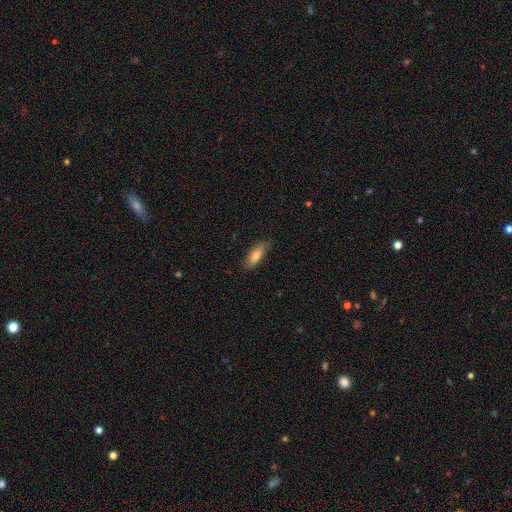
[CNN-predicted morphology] Smooth or featured?
  - smooth: 78% *
  - featured or disk: 16%
  - star or artifact: 6%
How rounded?
  - in between: 67% *
  - cigar-shaped: 31%
  - round: 2%
Merging?
  - none: 81% *
  - minor disturbance: 16%
  - major disturbance: 3%
  - merger: 1%